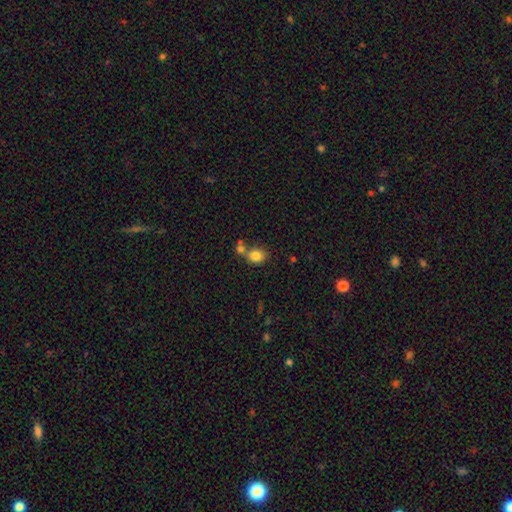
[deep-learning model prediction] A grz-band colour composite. It shows a smooth galaxy with no disk features (82%) that is round (60%). Merging: none (50%).